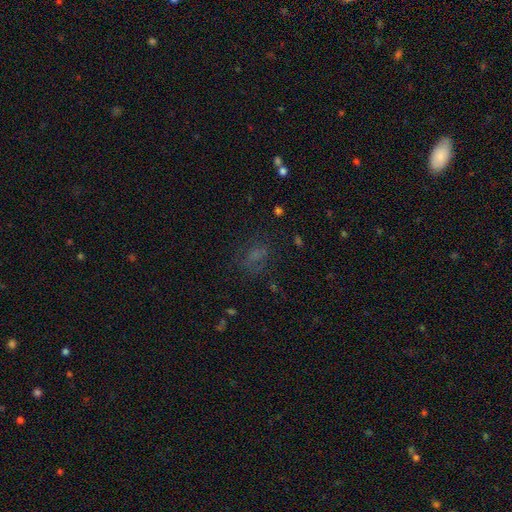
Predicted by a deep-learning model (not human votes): Overall: smooth (50%; star or artifact 32%). Merging: none (60%).